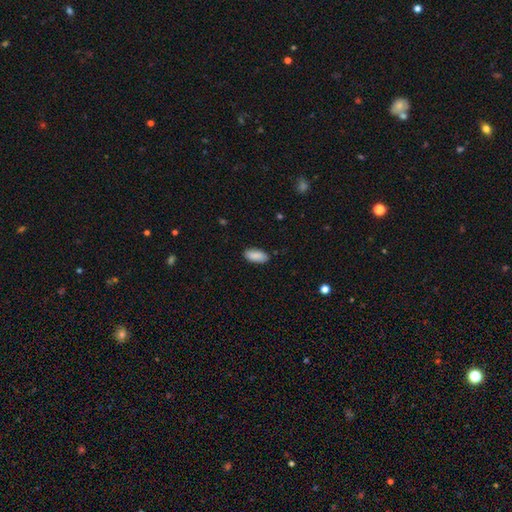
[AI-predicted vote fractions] smooth-or-featured: smooth: 88% | star or artifact: 6% | featured or disk: 5%
  how-rounded: in between: 89% | cigar-shaped: 9% | round: 2%
  merging: none: 86% | minor disturbance: 11% | major disturbance: 2% | merger: 1%